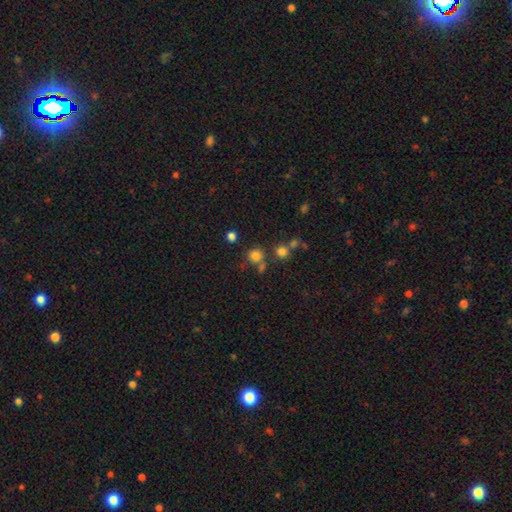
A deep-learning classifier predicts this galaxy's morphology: Smooth or featured?
  - smooth: 76% *
  - star or artifact: 17%
  - featured or disk: 7%
How rounded?
  - round: 90% *
  - in between: 9%
  - cigar-shaped: 1%
Merging?
  - none: 69% *
  - merger: 17%
  - minor disturbance: 10%
  - major disturbance: 4%